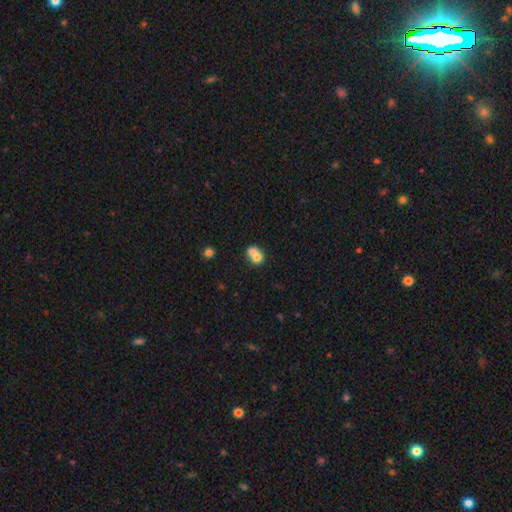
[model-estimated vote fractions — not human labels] Smooth or featured? Predicted: smooth (p=0.70). How rounded? Predicted: round (p=0.63). Merging? Predicted: merger (p=0.66).